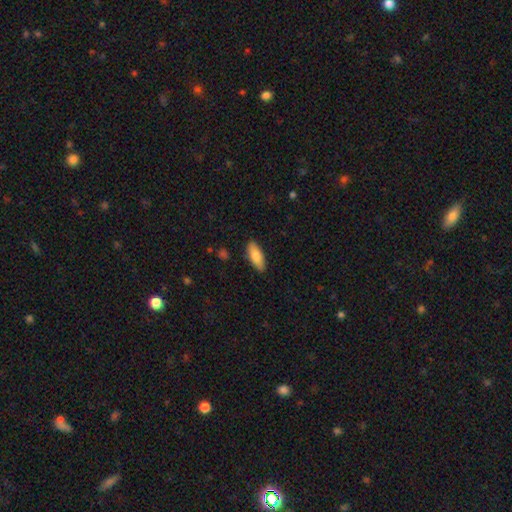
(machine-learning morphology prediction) Overall: smooth (81%). How rounded: in between (73%). Merging: none (87%).